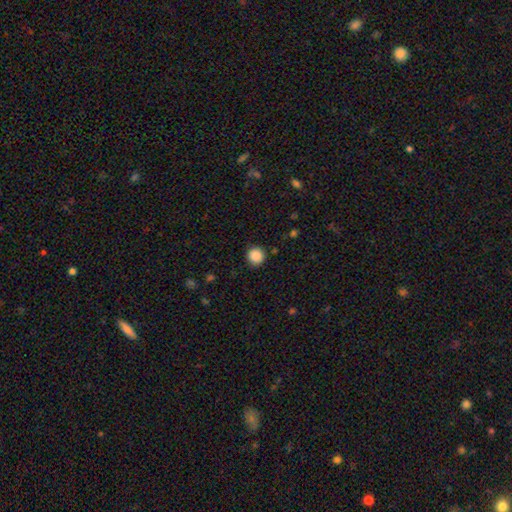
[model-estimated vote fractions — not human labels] smooth-or-featured: smooth: 88% | star or artifact: 9% | featured or disk: 3%
  how-rounded: round: 93% | in between: 6% | cigar-shaped: 1%
  merging: none: 91% | minor disturbance: 6% | major disturbance: 2% | merger: 1%